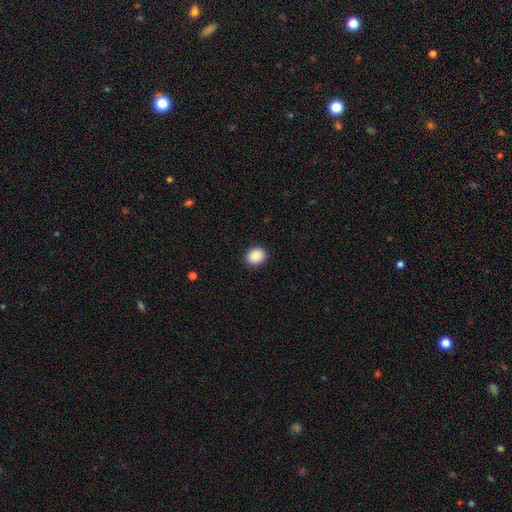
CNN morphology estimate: This appears to be a smooth galaxy with no disk features (89%) that is round (61%). Merging: none (90%).